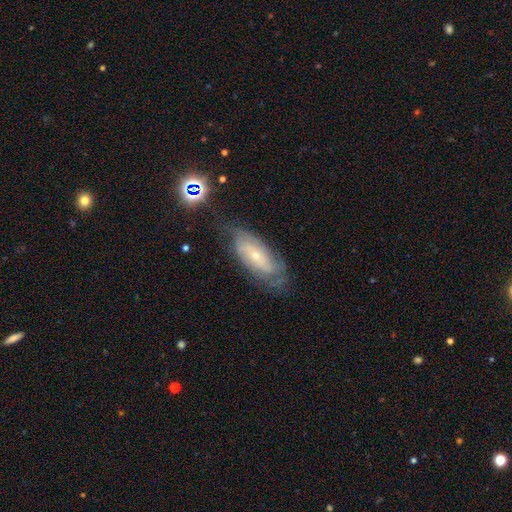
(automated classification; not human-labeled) A featured or disk galaxy (69%) with no bar (67%), tight (57%) spiral arms (84%) and a small central bulge (74%).

Vote fractions:
- Smooth or featured? featured or disk: 69% / smooth: 22% / star or artifact: 9%
- Edge-on disk? no: 88% / yes: 12%
- Bar? no: 67% / weak: 25% / strong: 8%
- Spiral arms? yes: 84% / no: 16%
- Spiral winding? tight: 57% / medium: 31% / loose: 12%
- Spiral arm count? can't tell: 53% / 2: 27% / 3: 8% / 4: 5% / 1: 3% / more than 4: 3%
- Bulge size? small: 74% / moderate: 22% / none: 1% / large: 1% / dominant: 1%
- Merging? none: 66% / minor disturbance: 23% / major disturbance: 10% / merger: 2%